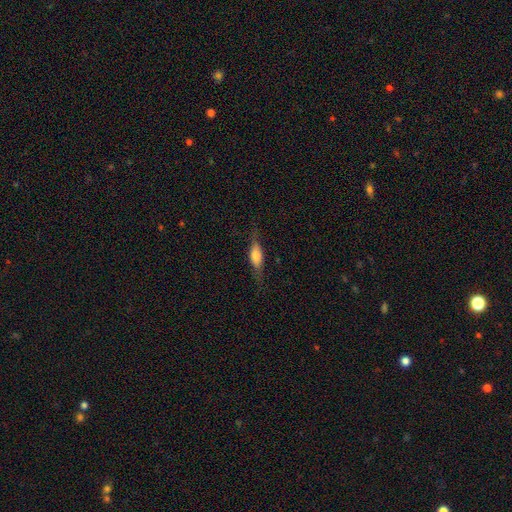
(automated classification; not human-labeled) This is possibly a smooth galaxy (56%). How rounded: possibly in between (56%). Merging: likely none (73%).